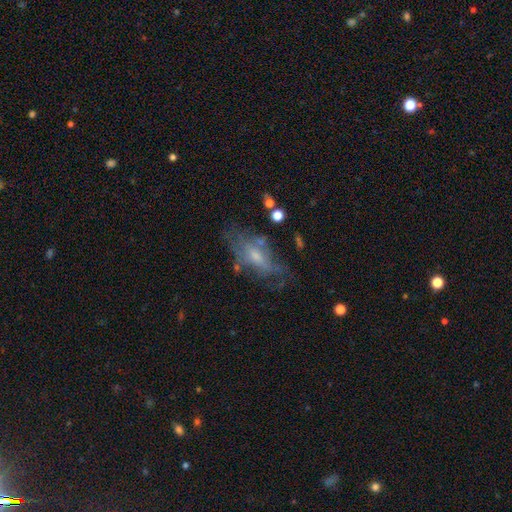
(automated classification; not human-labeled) A featured or disk galaxy (56%). Merging: none (53%).